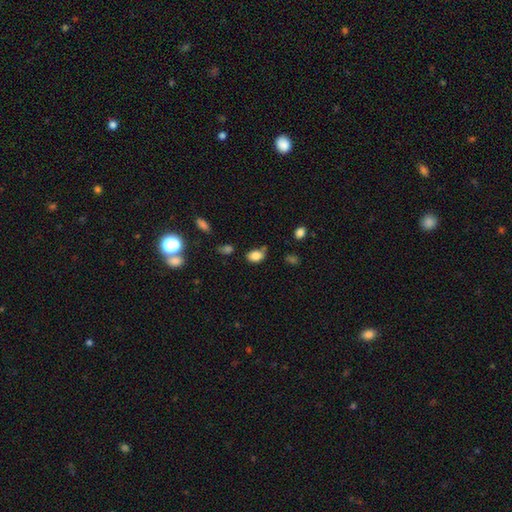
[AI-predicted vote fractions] This is clearly a smooth galaxy (83%). How rounded: clearly in between (86%). Merging: likely none (65%).